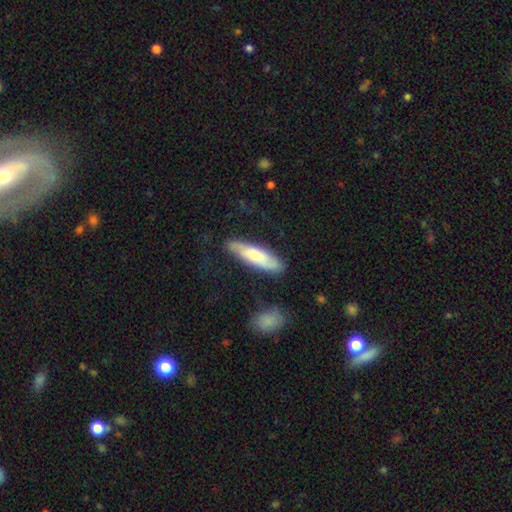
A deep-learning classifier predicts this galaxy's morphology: Overall: smooth (60%; featured or disk 34%). How rounded: cigar-shaped (67%; in between 31%). Merging: none (79%).